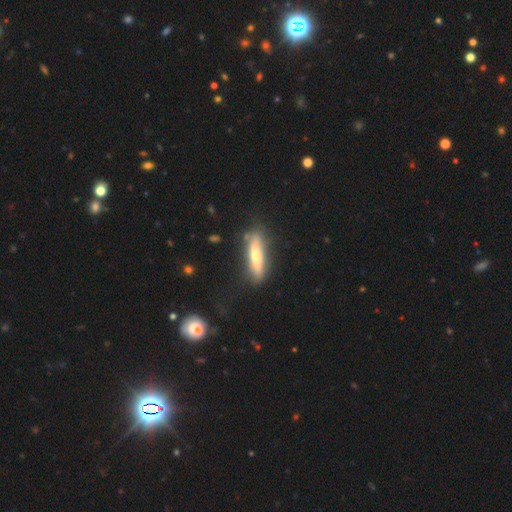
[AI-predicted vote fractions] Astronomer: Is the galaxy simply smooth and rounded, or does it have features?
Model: smooth — 50% (runner-up: featured or disk, 44%).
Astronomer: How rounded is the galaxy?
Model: cigar-shaped — 77%.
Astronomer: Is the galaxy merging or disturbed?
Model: none — 75%.